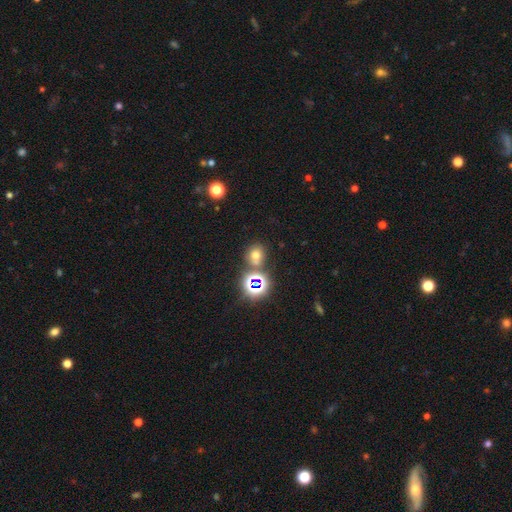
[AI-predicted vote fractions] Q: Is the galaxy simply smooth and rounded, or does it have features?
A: smooth — 61%.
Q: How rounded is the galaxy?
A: round — 78%.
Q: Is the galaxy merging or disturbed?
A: none — 67%.